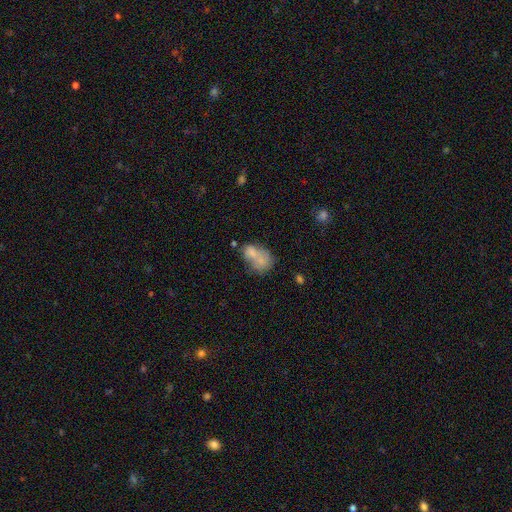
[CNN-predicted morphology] A smooth galaxy with no disk features (62%) that is in between round and cigar-shaped (71%).

Vote fractions:
- Smooth or featured? smooth: 62% / featured or disk: 27% / star or artifact: 11%
- How rounded? in between: 71% / round: 27% / cigar-shaped: 2%
- Merging? merger: 48% / none: 27% / minor disturbance: 15% / major disturbance: 10%